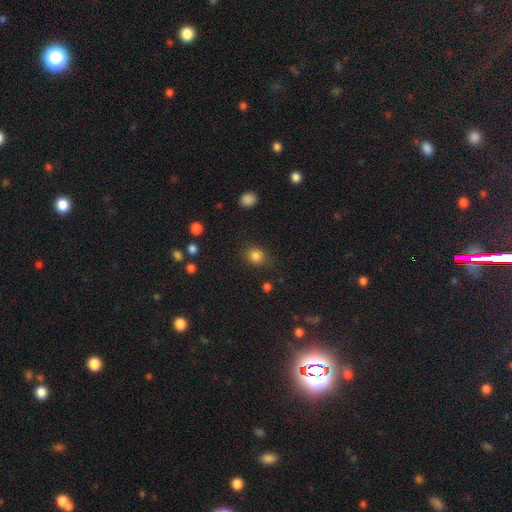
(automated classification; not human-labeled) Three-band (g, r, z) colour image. It shows a smooth galaxy with no disk features (84%) that is round (67%). Merging: none (79%).